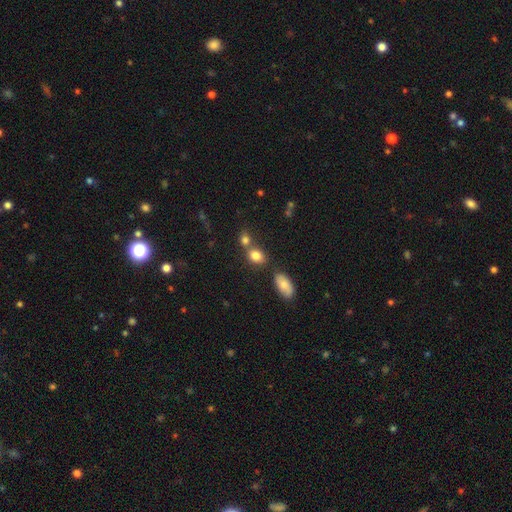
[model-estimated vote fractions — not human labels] Smooth or featured? Predicted: smooth (p=0.82). How rounded? Predicted: in between (p=0.63). Merging? Predicted: none (p=0.53).